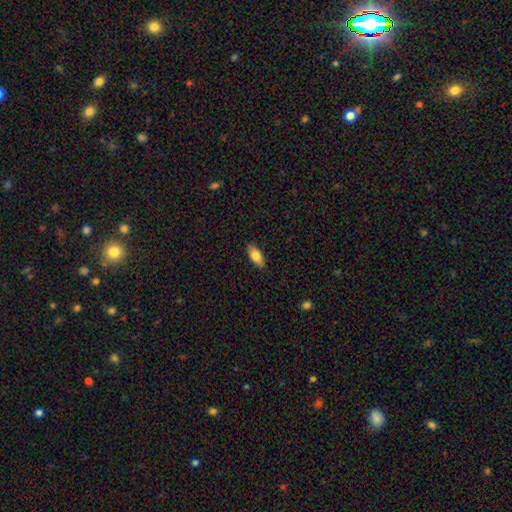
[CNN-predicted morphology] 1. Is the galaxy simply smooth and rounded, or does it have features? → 79% smooth, 15% featured or disk, 6% star or artifact.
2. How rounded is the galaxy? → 85% in between, 12% cigar-shaped, 3% round.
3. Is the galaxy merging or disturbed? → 88% none, 9% minor disturbance, 2% major disturbance, 1% merger.